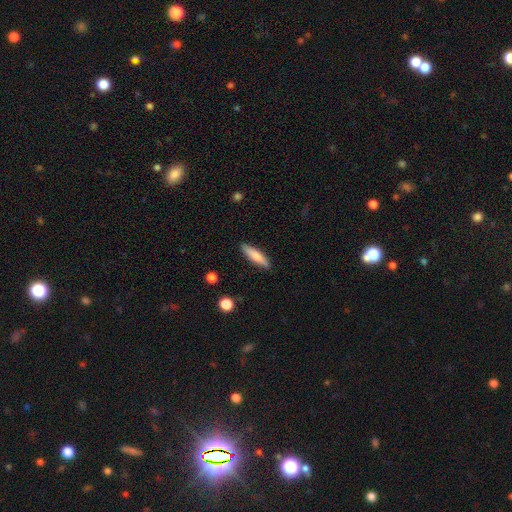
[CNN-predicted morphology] Q: Smooth or featured?
A: smooth (77%); runner-up: featured or disk (17%)
Q: How rounded?
A: cigar-shaped (73%); runner-up: in between (25%)
Q: Merging?
A: none (88%); runner-up: minor disturbance (9%)